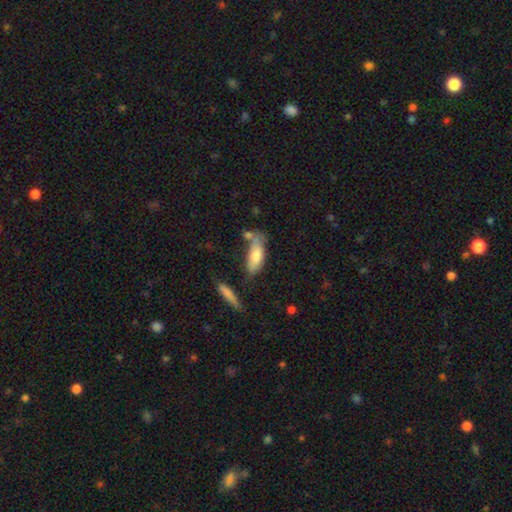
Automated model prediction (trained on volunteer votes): smooth_or_featured: smooth (p=0.74) [alt: featured or disk p=0.20]
how_rounded: in between (p=0.65) [alt: cigar-shaped p=0.33]
merging: none (p=0.50) [alt: minor disturbance p=0.23]